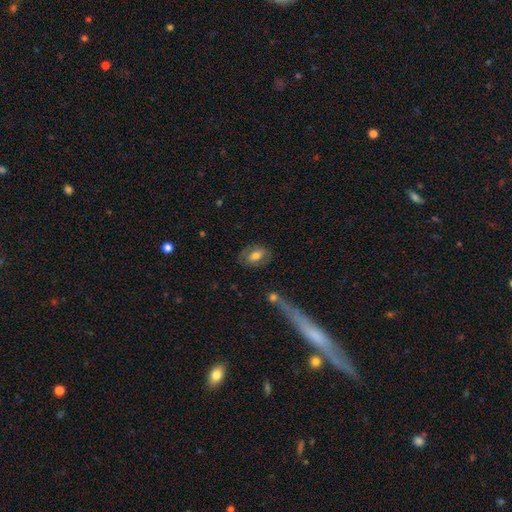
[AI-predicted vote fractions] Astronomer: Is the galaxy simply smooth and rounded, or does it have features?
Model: smooth — 60%.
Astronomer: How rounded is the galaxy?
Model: in between — 83%.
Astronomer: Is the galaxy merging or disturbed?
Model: none — 73%.